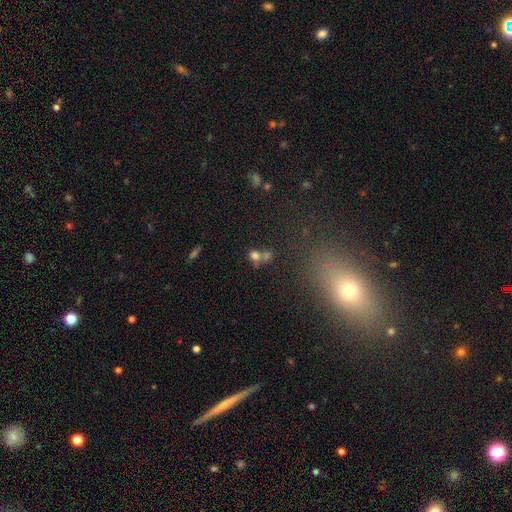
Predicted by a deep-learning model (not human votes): Q: Smooth or featured?
A: smooth (68%); runner-up: star or artifact (18%)
Q: How rounded?
A: round (68%); runner-up: in between (30%)
Q: Merging?
A: merger (52%); runner-up: none (33%)